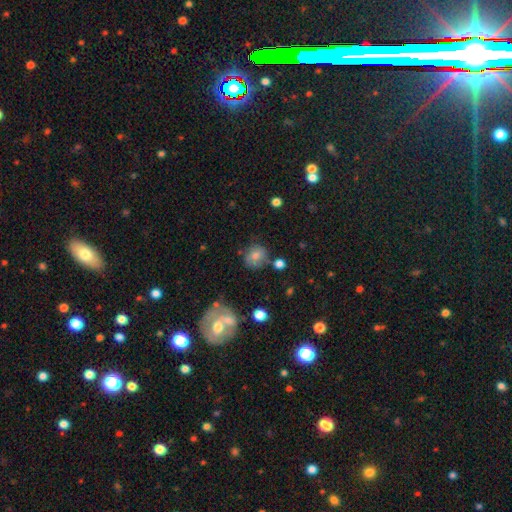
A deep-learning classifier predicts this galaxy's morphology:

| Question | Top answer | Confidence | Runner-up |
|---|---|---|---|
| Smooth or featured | smooth | 76% | featured or disk (13%) |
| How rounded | round | 80% | in between (19%) |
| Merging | none | 69% | minor disturbance (17%) |